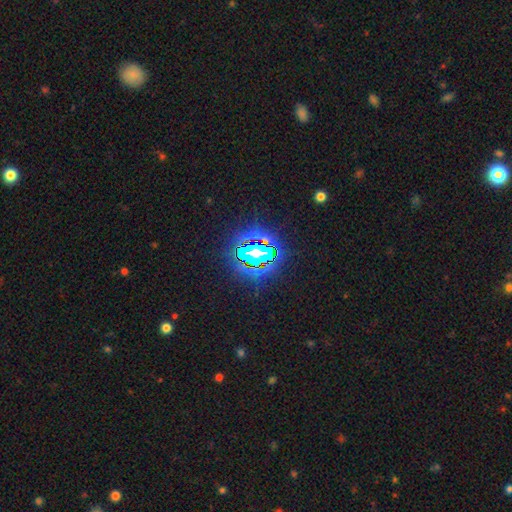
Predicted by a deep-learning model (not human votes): Smooth or featured?
  - star or artifact: 79% *
  - smooth: 12%
  - featured or disk: 9%